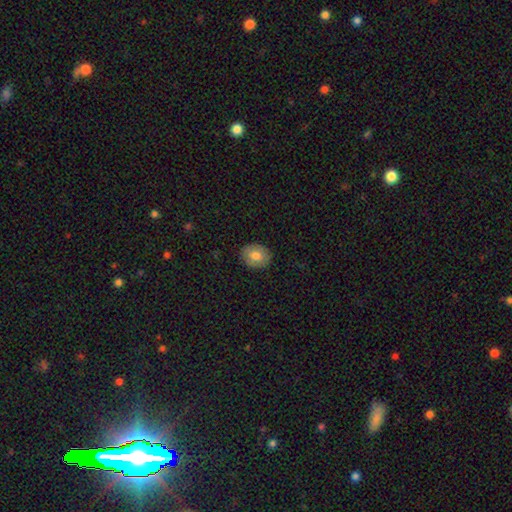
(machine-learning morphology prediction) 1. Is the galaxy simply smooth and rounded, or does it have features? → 75% smooth, 17% featured or disk, 8% star or artifact.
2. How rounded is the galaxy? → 54% round, 45% in between, 1% cigar-shaped.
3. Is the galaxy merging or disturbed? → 87% none, 9% minor disturbance, 2% major disturbance, 1% merger.